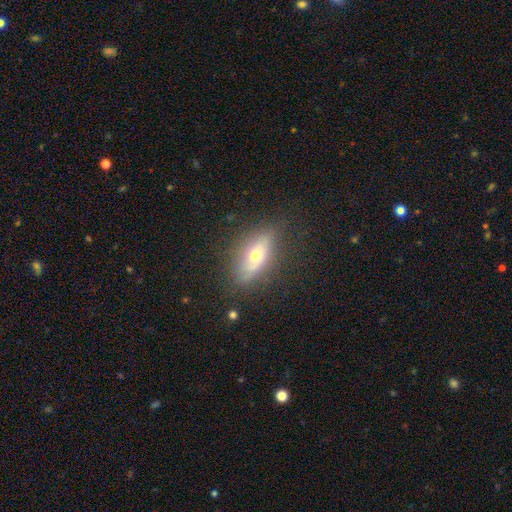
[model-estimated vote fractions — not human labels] This appears to be a smooth galaxy with no disk features (46%). Merging: none (80%).